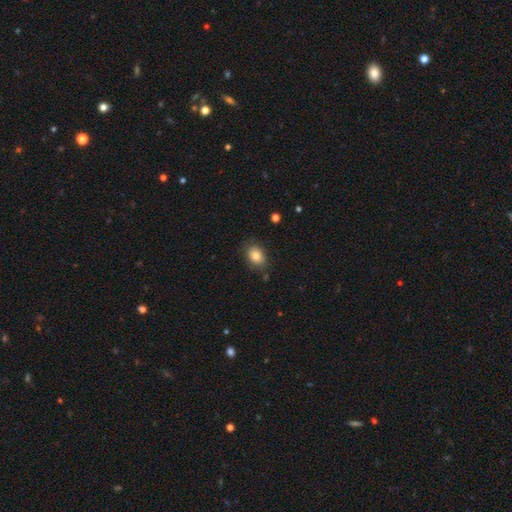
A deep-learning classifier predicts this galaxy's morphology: This appears to be a smooth galaxy with no disk features (83%) that is in between round and cigar-shaped (70%). Merging: none (79%).